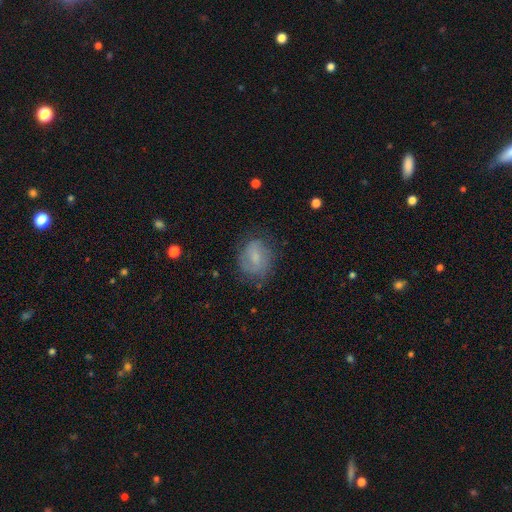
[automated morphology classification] Overall: smooth (52%; featured or disk 39%). How rounded: in between (50%; round 48%). Merging: none (69%).